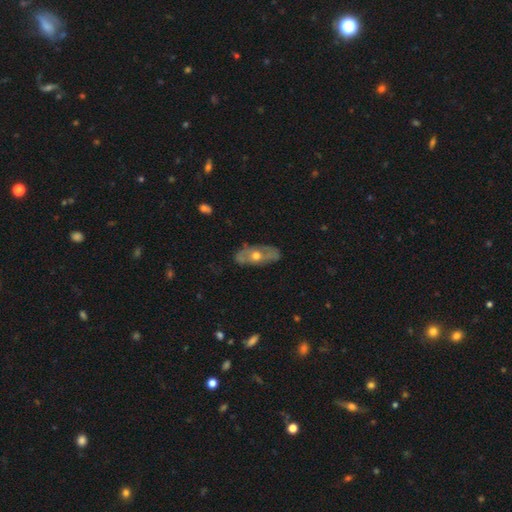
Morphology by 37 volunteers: smooth_or_featured: featured or disk (p=0.65) [alt: smooth p=0.30]
disk_edge_on: no (p=0.79) [alt: yes p=0.21]
bar: no (p=0.84) [alt: weak p=0.16]
has_spiral_arms: no (p=0.68) [alt: yes p=0.32]
bulge_size: moderate (p=0.74) [alt: large p=0.11]
merging: none (p=0.77) [alt: minor disturbance p=0.17]